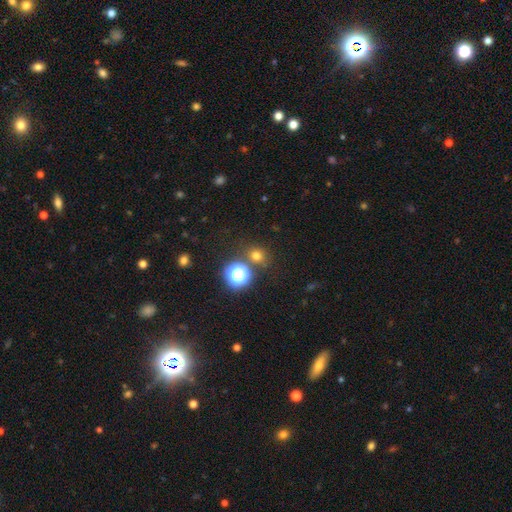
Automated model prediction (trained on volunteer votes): This is likely a smooth galaxy (68%). How rounded: clearly round (82%). Merging: likely none (79%).